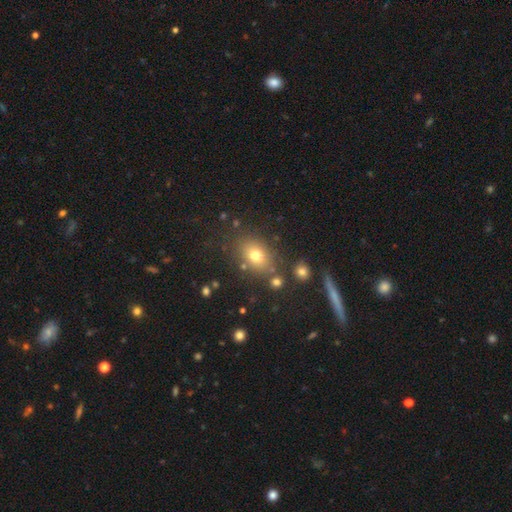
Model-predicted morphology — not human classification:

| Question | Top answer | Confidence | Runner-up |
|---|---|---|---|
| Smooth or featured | smooth | 74% | star or artifact (14%) |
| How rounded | in between | 69% | round (29%) |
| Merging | none | 77% | minor disturbance (12%) |